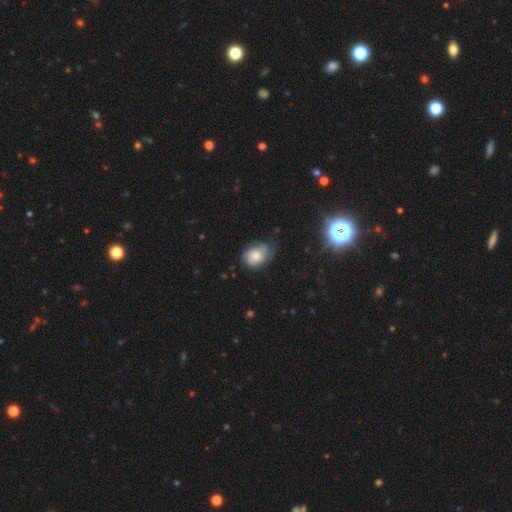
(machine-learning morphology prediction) Overall: smooth (60%; featured or disk 30%). How rounded: in between (75%). Merging: none (60%; minor disturbance 30%).